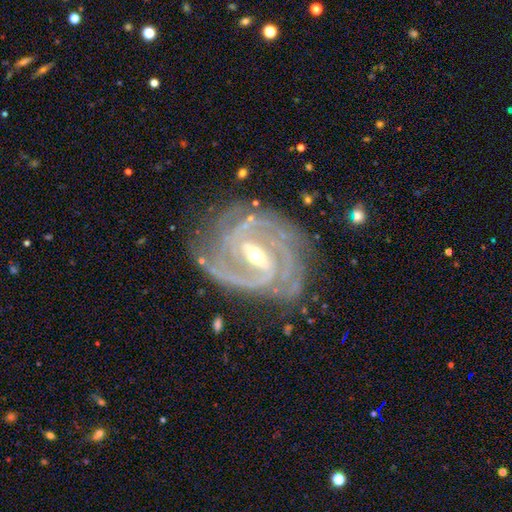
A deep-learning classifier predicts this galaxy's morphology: Overall: featured or disk (93%). Edge-on disk: no (97%). Bar: strong (57%; weak 34%). Spiral arms: yes (98%). Spiral arm count: 2 (34%; 3 28%). Spiral winding: tight (62%; medium 33%). Bulge size: small (52%; moderate 45%). Merging: none (73%).